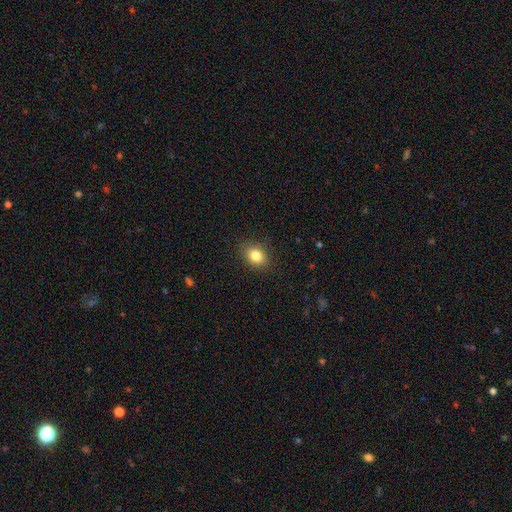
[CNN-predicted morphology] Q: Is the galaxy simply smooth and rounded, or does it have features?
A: smooth — 83%.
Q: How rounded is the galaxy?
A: in between — 63%.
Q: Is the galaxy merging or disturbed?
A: none — 87%.